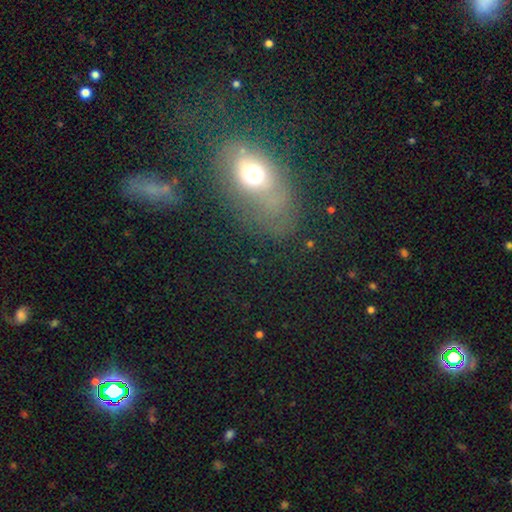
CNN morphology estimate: Q: Smooth or featured?
A: smooth (45%); runner-up: featured or disk (32%)
Q: Merging?
A: none (52%); runner-up: minor disturbance (21%)